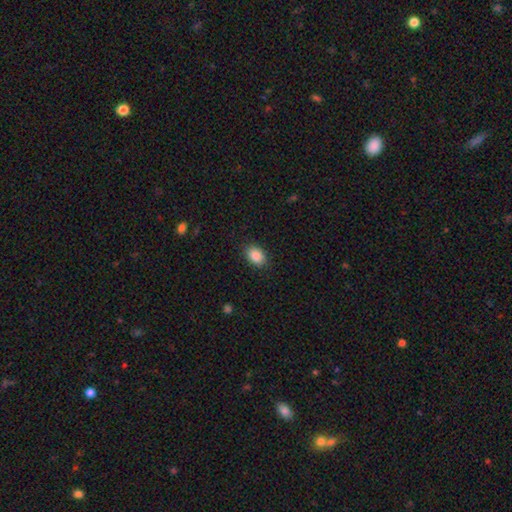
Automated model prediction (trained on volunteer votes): This is clearly a smooth galaxy (88%). How rounded: clearly in between (81%). Merging: clearly none (87%).